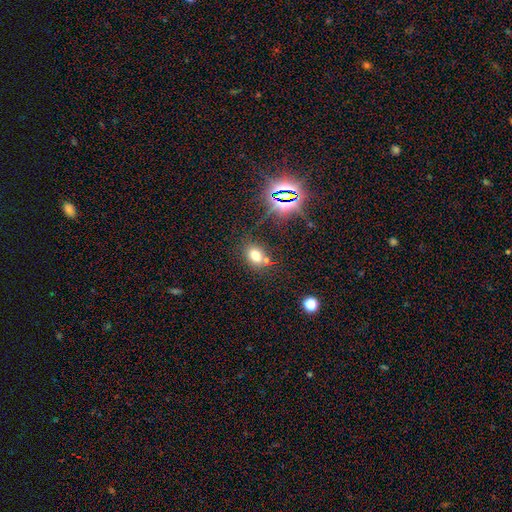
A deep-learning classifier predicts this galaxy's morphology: Smooth or featured: smooth — 68% (star or artifact — 21%)
How rounded: in between — 67% (round — 31%)
Merging: none — 67% (merger — 15%)